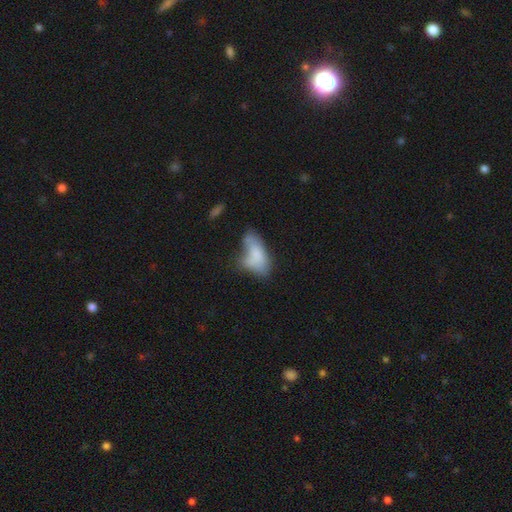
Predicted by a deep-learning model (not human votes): Smooth or featured? smooth (69%)
How rounded? in between (87%)
Merging? none (29%)